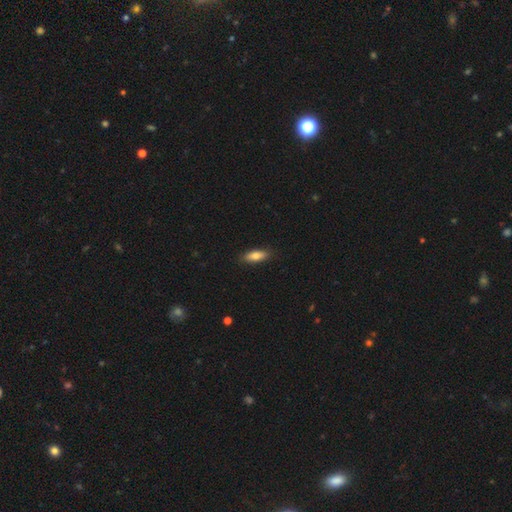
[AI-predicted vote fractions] The model was most divided on "how rounded": in between: 67%, cigar-shaped: 31%, round: 2%. More confident: merging — none (87%); smooth or featured — smooth (78%).